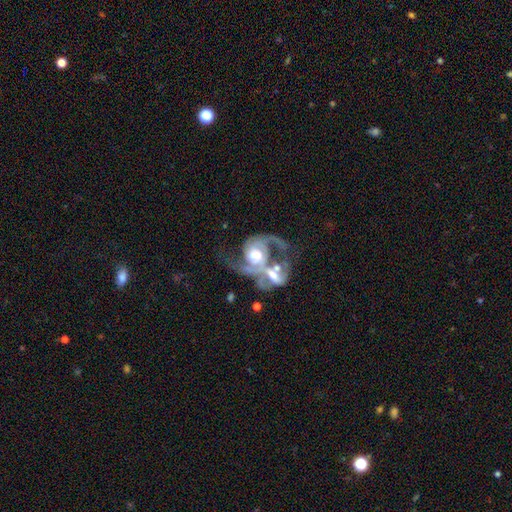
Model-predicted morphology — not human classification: Smooth or featured?
  - featured or disk: 86% *
  - smooth: 8%
  - star or artifact: 6%
Edge-on disk?
  - no: 97% *
  - yes: 3%
Bar?
  - no: 54% *
  - weak: 33%
  - strong: 13%
Spiral arms?
  - yes: 94% *
  - no: 6%
Spiral winding?
  - medium: 47% *
  - loose: 35%
  - tight: 18%
Spiral arm count?
  - 2: 79% *
  - can't tell: 8%
  - 1: 7%
  - 3: 4%
  - 4: 1%
  - more than 4: 1%
Bulge size?
  - moderate: 57% *
  - large: 25%
  - small: 12%
  - none: 4%
  - dominant: 2%
Merging?
  - merger: 68% *
  - major disturbance: 13%
  - none: 13%
  - minor disturbance: 6%